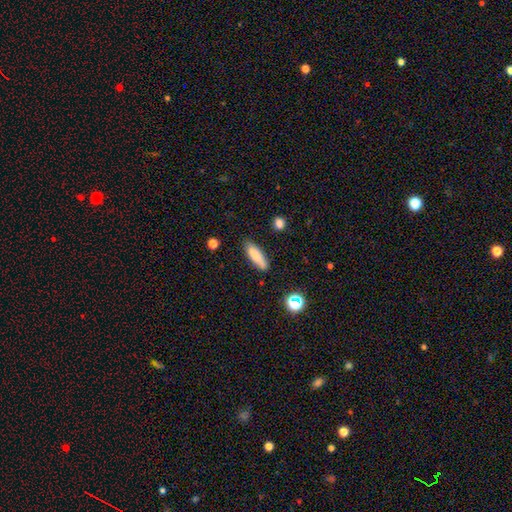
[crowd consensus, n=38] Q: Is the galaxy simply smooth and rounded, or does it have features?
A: smooth — 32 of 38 (84%).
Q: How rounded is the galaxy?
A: cigar-shaped — 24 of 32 (75%).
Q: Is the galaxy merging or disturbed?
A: none — 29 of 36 (81%).